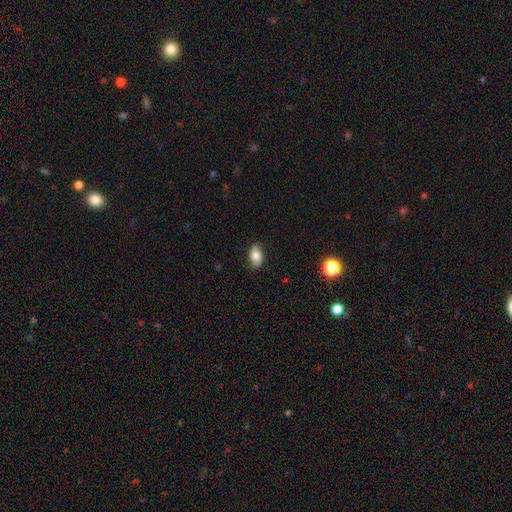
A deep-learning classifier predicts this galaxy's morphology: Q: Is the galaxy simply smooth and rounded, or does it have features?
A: smooth — 74%.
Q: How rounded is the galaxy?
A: in between — 89%.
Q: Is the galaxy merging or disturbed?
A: none — 82%.